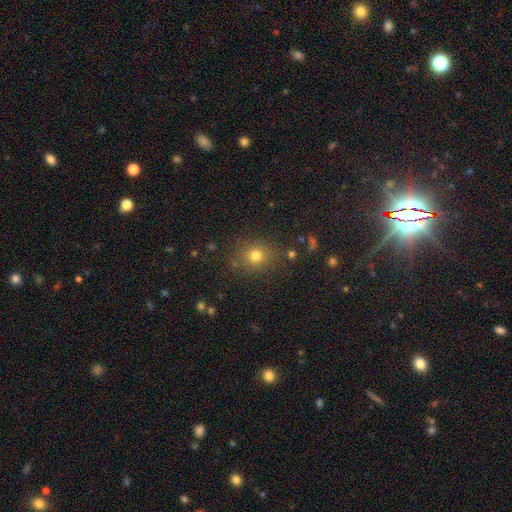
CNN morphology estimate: smooth_or_featured: smooth (p=0.76) [alt: star or artifact p=0.17]
how_rounded: round (p=0.81) [alt: in between p=0.18]
merging: none (p=0.83) [alt: minor disturbance p=0.10]